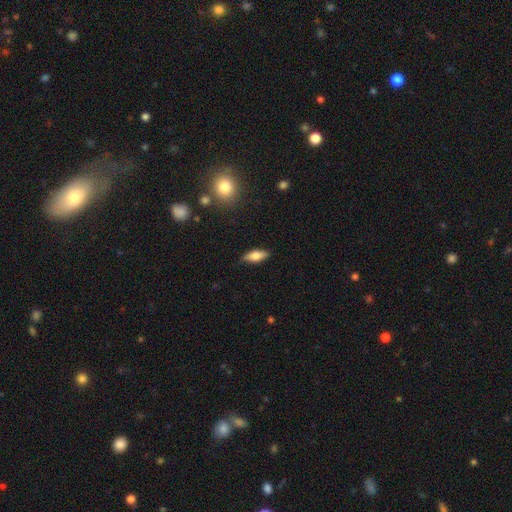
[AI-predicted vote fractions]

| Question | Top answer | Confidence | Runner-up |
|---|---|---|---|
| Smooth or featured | smooth | 68% | featured or disk (26%) |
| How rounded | in between | 70% | cigar-shaped (27%) |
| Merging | none | 85% | minor disturbance (12%) |